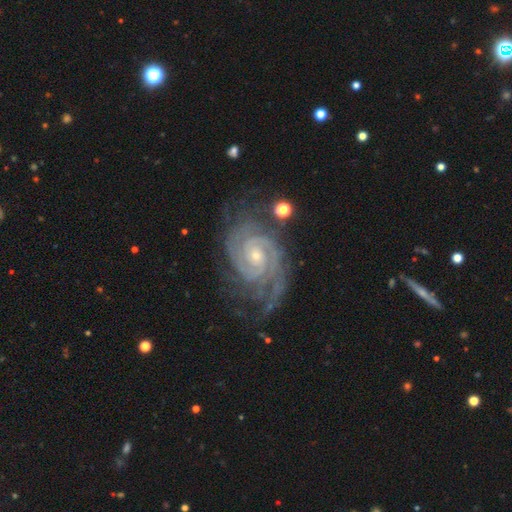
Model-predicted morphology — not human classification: A featured or disk galaxy (92%) with no bar (64%), 2 (53%) tight (76%) spiral arms (99%) and a small central bulge (70%). Merging: none (68%).